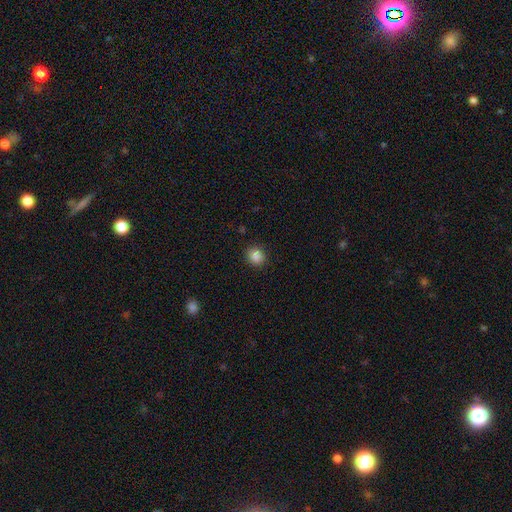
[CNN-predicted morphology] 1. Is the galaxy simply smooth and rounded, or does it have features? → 86% smooth, 11% star or artifact, 3% featured or disk.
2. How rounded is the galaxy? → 81% round, 18% in between, 1% cigar-shaped.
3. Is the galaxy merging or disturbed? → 89% none, 8% minor disturbance, 2% major disturbance, 1% merger.